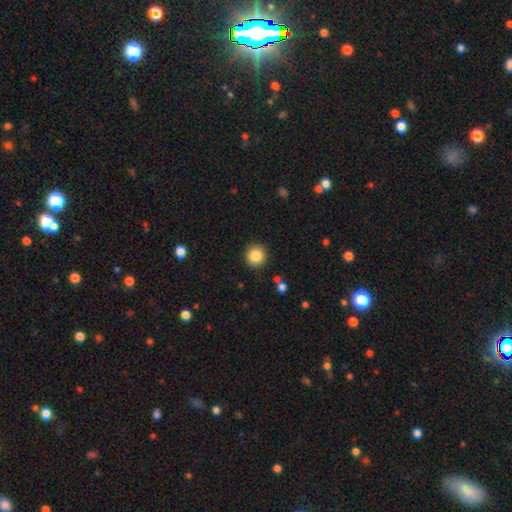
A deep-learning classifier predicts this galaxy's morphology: A smooth galaxy with no disk features (86%) that is round (92%).

Vote fractions:
- Smooth or featured? smooth: 86% / star or artifact: 9% / featured or disk: 5%
- How rounded? round: 92% / in between: 7% / cigar-shaped: 1%
- Merging? none: 90% / minor disturbance: 7% / major disturbance: 2% / merger: 2%